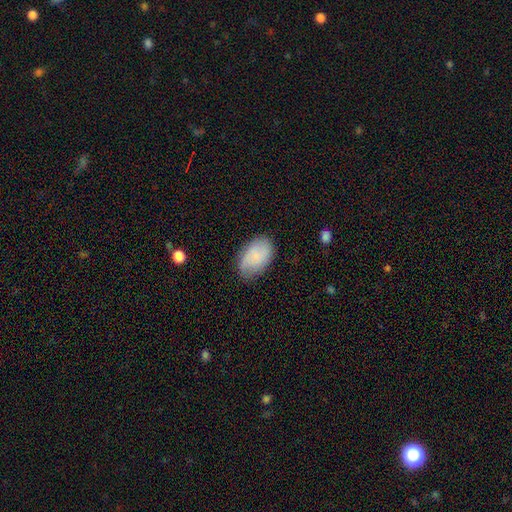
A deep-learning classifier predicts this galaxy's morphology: The model was most divided on "merging": none: 72%, minor disturbance: 21%, major disturbance: 6%, merger: 1%. More confident: how rounded — in between (91%); smooth or featured — smooth (72%).